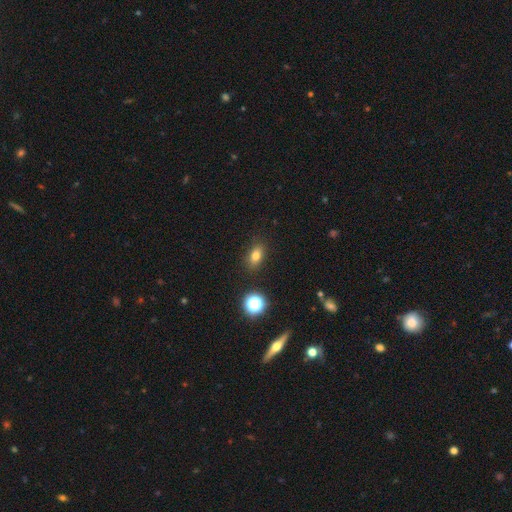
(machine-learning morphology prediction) Overall: smooth (76%). How rounded: in between (77%). Merging: none (87%).